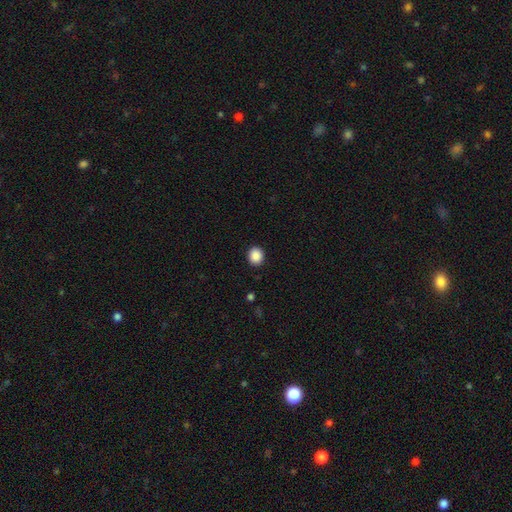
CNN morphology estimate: type=smooth (89%); roundness=round (75%); merging=none (91%).